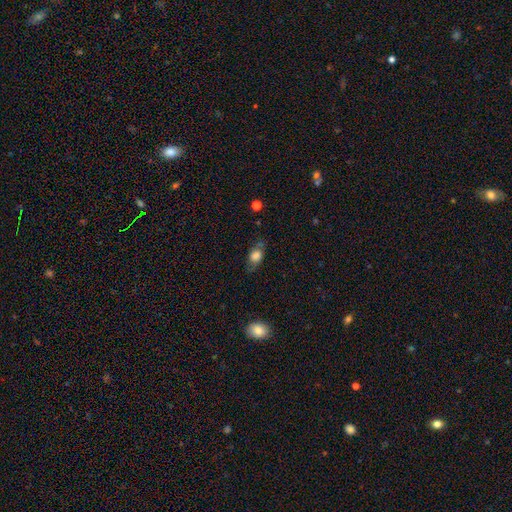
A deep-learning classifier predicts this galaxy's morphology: This is likely a smooth galaxy (70%). How rounded: likely in between (71%). Merging: likely none (62%).